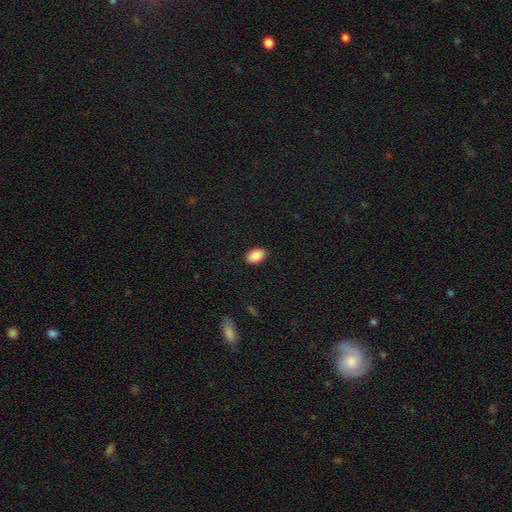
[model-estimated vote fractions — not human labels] The model was most divided on "merging": none: 88%, minor disturbance: 9%, major disturbance: 2%, merger: 1%. More confident: how rounded — in between (91%); smooth or featured — smooth (88%).